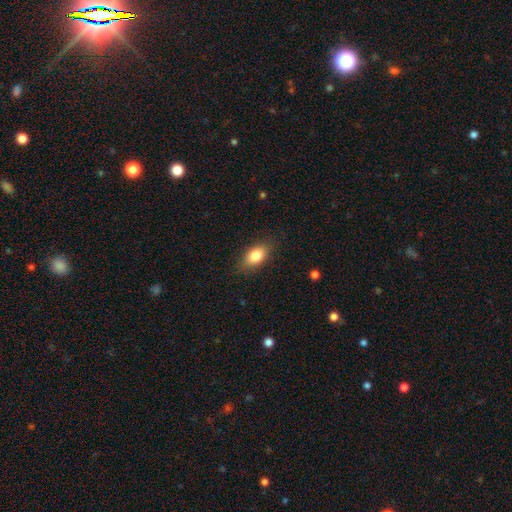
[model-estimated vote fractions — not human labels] Smooth or featured? smooth (82%)
How rounded? in between (87%)
Merging? none (84%)